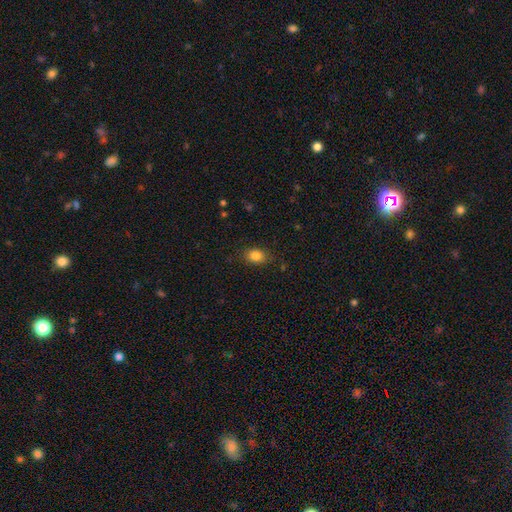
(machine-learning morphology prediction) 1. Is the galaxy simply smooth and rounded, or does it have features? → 85% smooth, 10% star or artifact, 5% featured or disk.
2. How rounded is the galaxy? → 70% in between, 29% round, 1% cigar-shaped.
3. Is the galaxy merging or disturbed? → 82% none, 13% minor disturbance, 3% major disturbance, 1% merger.